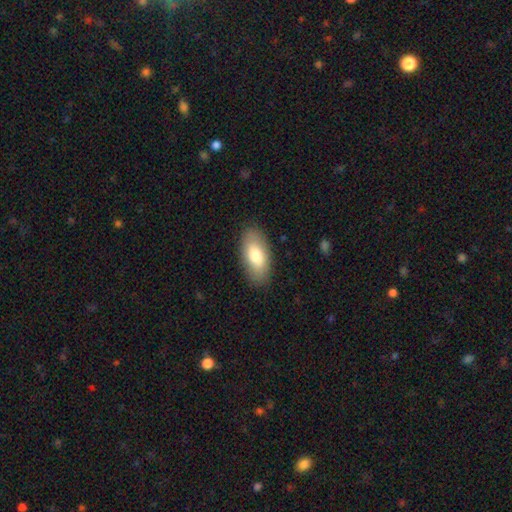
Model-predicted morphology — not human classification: smooth_or_featured: smooth (p=0.76) [alt: featured or disk p=0.18]
how_rounded: in between (p=0.91) [alt: cigar-shaped p=0.06]
merging: none (p=0.87) [alt: minor disturbance p=0.10]